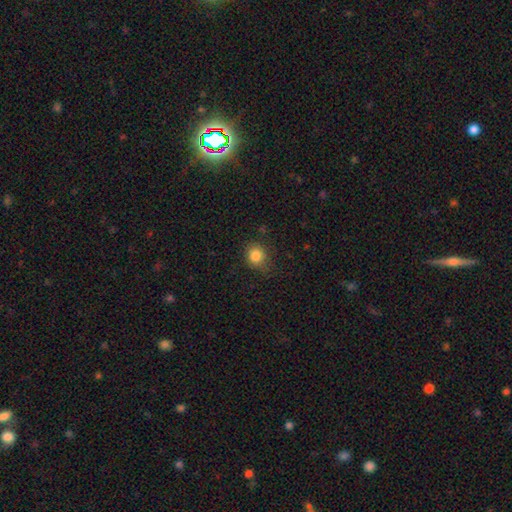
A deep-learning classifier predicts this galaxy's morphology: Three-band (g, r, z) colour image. It shows a smooth galaxy with no disk features (83%) that is round (79%). Merging: none (77%).